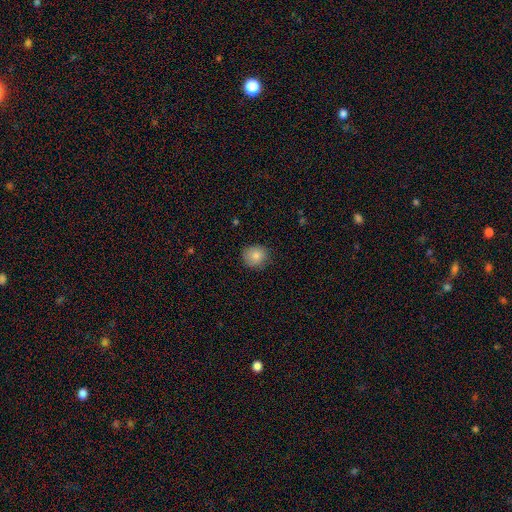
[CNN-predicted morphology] A smooth galaxy with no disk features (84%) that is round (83%).

Vote fractions:
- Smooth or featured? smooth: 84% / star or artifact: 9% / featured or disk: 7%
- How rounded? round: 83% / in between: 16% / cigar-shaped: 1%
- Merging? none: 83% / minor disturbance: 13% / major disturbance: 3% / merger: 1%